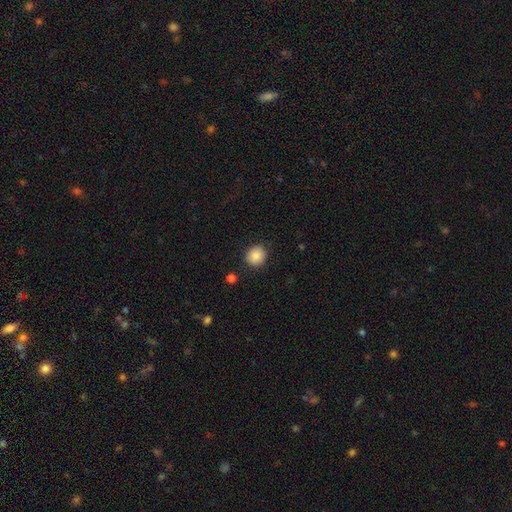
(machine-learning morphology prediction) Smooth or featured? smooth (87%)
How rounded? round (85%)
Merging? none (87%)